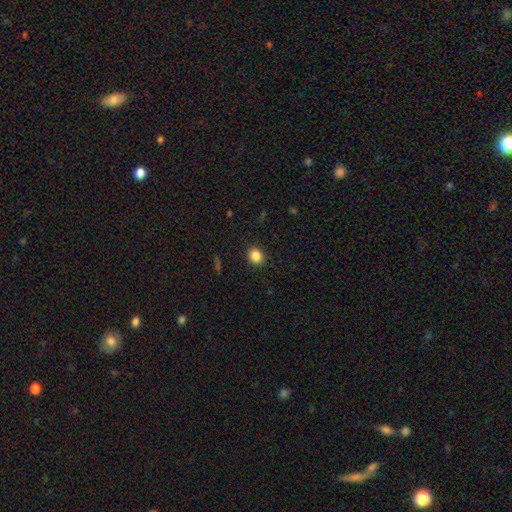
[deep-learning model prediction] The model was most divided on "how rounded": round: 67%, in between: 32%, cigar-shaped: 1%. More confident: merging — none (90%); smooth or featured — smooth (85%).